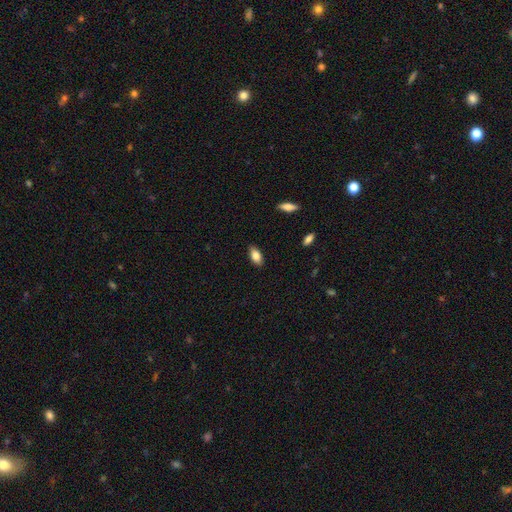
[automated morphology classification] type=smooth (81%); roundness=in between (88%); merging=none (87%).